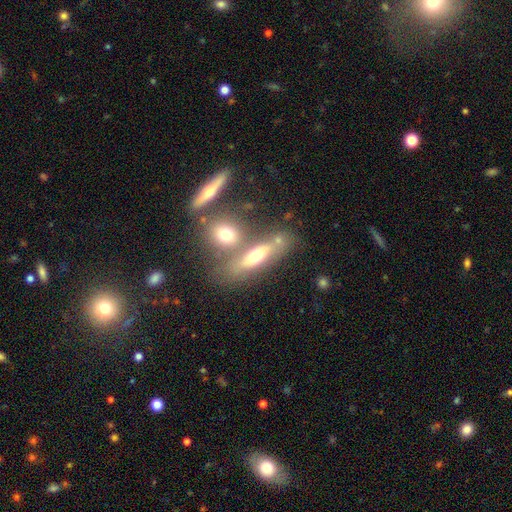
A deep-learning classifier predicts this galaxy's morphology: A smooth galaxy with no disk features (50%).

Vote fractions:
- Smooth or featured? smooth: 50% / featured or disk: 40% / star or artifact: 10%
- Merging? none: 51% / merger: 32% / minor disturbance: 12% / major disturbance: 5%